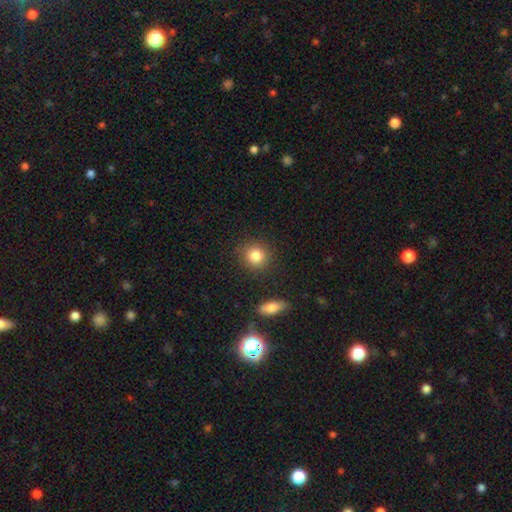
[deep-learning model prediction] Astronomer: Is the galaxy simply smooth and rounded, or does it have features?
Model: smooth — 84%.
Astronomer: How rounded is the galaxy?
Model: round — 86%.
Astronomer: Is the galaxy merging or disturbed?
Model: none — 86%.